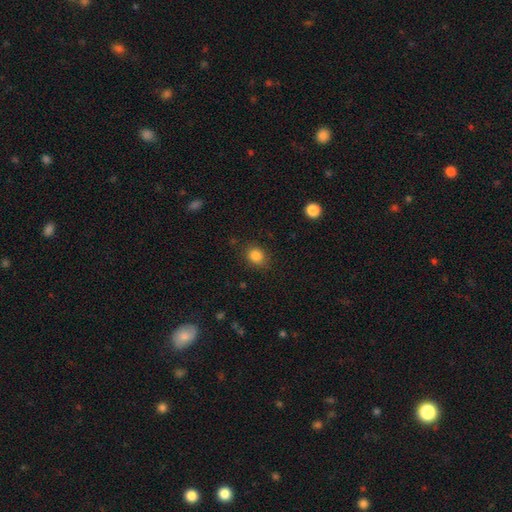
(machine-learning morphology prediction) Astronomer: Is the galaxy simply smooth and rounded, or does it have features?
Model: smooth — 85%.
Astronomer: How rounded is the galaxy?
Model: round — 58% (runner-up: in between, 41%).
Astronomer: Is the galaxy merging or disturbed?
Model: none — 85%.